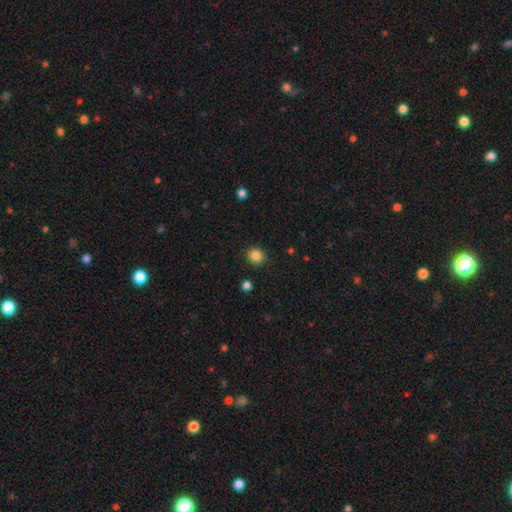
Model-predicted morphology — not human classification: Overall: smooth (85%). How rounded: round (85%). Merging: none (90%).